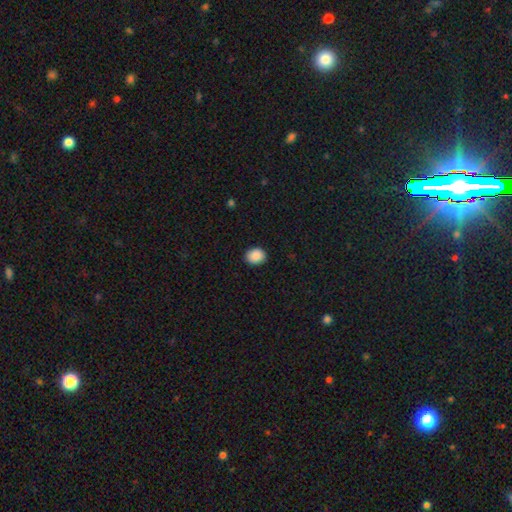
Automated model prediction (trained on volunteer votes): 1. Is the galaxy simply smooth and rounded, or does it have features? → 90% smooth, 8% star or artifact, 2% featured or disk.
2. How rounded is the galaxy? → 60% round, 39% in between, 1% cigar-shaped.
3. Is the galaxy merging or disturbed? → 91% none, 7% minor disturbance, 2% major disturbance, 1% merger.